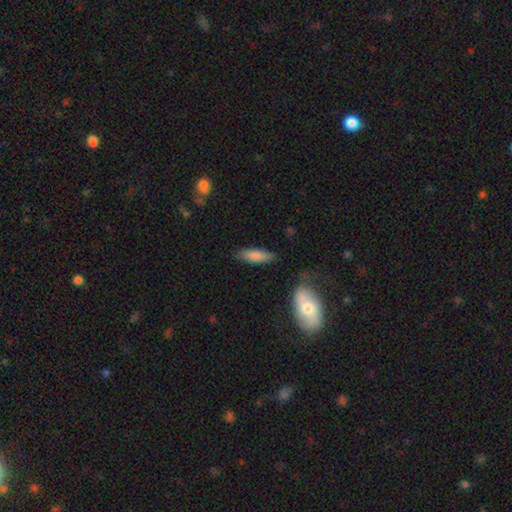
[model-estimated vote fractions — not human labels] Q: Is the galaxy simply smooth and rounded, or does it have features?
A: smooth — 81%.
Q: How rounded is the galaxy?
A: cigar-shaped — 53%.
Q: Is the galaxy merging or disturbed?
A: none — 81%.